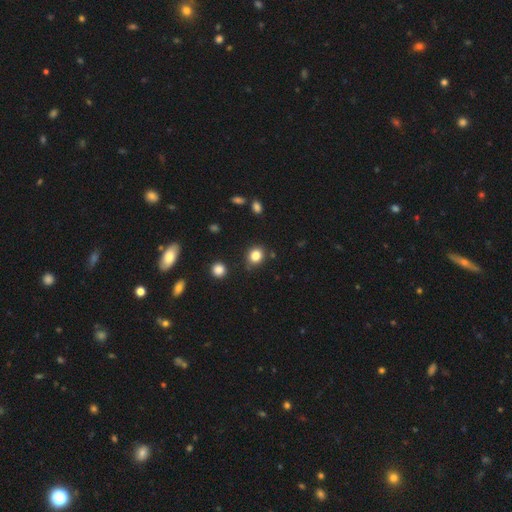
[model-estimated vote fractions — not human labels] smooth-or-featured: smooth: 83% | star or artifact: 12% | featured or disk: 5%
  how-rounded: round: 71% | in between: 29% | cigar-shaped: 1%
  merging: none: 83% | minor disturbance: 11% | merger: 3% | major disturbance: 3%